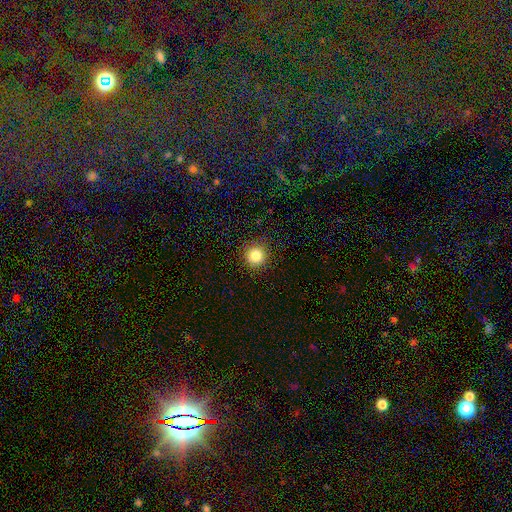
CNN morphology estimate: Q: Smooth or featured?
A: smooth (84%); runner-up: star or artifact (11%)
Q: How rounded?
A: round (94%); runner-up: in between (5%)
Q: Merging?
A: none (91%); runner-up: minor disturbance (6%)